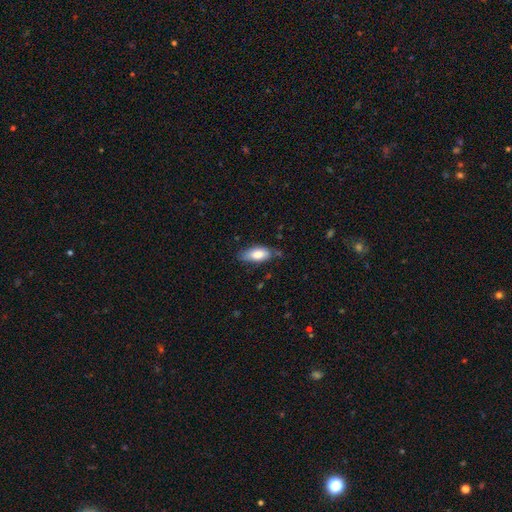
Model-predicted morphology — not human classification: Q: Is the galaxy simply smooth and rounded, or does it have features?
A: smooth — 79%.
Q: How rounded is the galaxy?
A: in between — 85%.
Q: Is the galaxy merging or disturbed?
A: none — 67%.